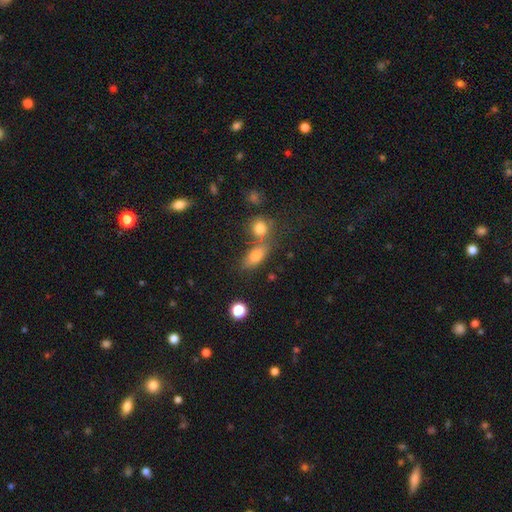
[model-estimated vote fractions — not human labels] Overall: smooth (79%). How rounded: in between (76%). Merging: none (52%; merger 28%).